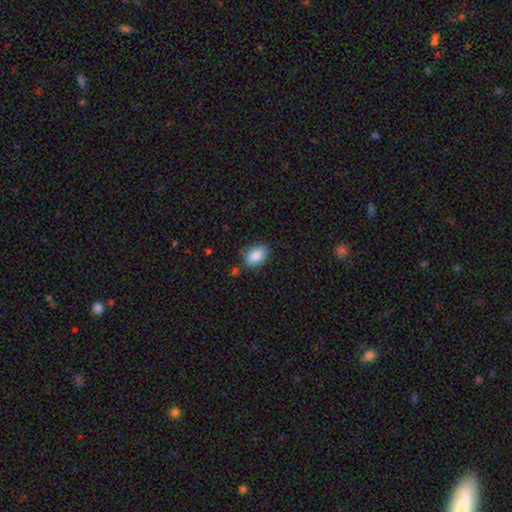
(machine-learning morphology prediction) Overall: smooth (87%). How rounded: in between (85%). Merging: none (77%).